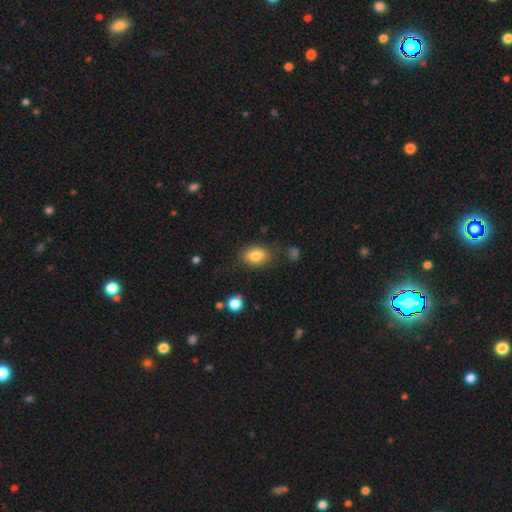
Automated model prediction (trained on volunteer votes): smooth_or_featured: smooth (p=0.83) [alt: star or artifact p=0.09]
how_rounded: in between (p=0.75) [alt: round p=0.24]
merging: none (p=0.78) [alt: minor disturbance p=0.15]